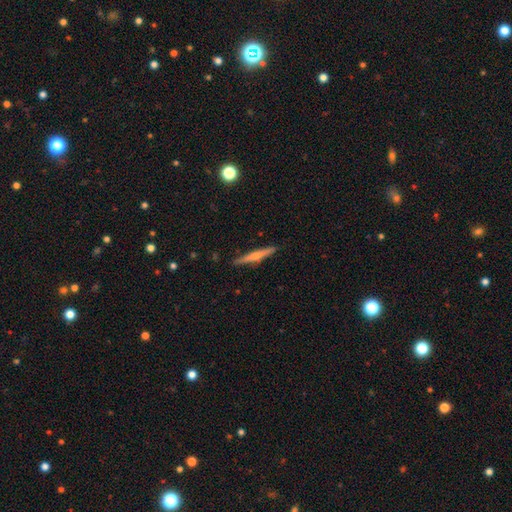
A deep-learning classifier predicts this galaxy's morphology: A featured or disk galaxy (53%) viewed edge-on (97%) with a rounded central bulge (70%).

Vote fractions:
- Smooth or featured? featured or disk: 53% / smooth: 42% / star or artifact: 6%
- Edge-on disk? yes: 97% / no: 3%
- Edge-on bulge? rounded: 70% / none: 23% / boxy: 7%
- Merging? none: 89% / minor disturbance: 8% / major disturbance: 2% / merger: 1%